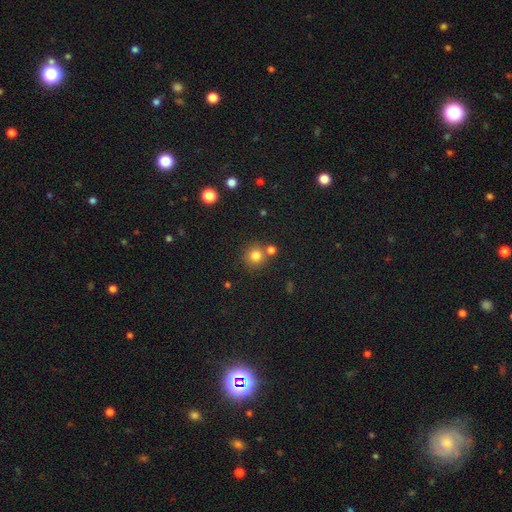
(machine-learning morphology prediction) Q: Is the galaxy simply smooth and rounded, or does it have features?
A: smooth — 80%.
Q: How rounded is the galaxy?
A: round — 92%.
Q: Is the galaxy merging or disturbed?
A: none — 72%.